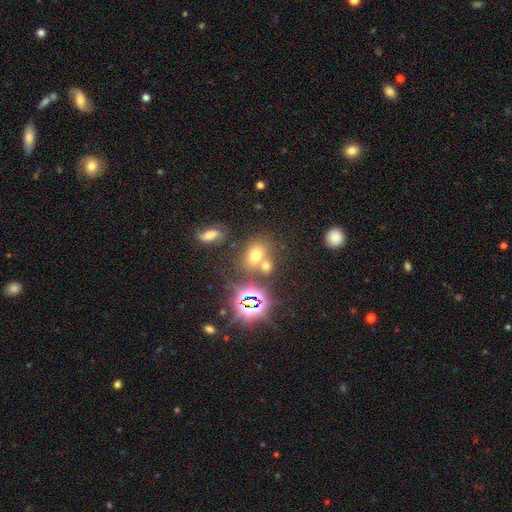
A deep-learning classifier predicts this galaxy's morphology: smooth-or-featured: smooth: 54% | star or artifact: 33% | featured or disk: 12%
  how-rounded: in between: 62% | round: 36% | cigar-shaped: 2%
  merging: none: 53% | merger: 30% | minor disturbance: 11% | major disturbance: 6%